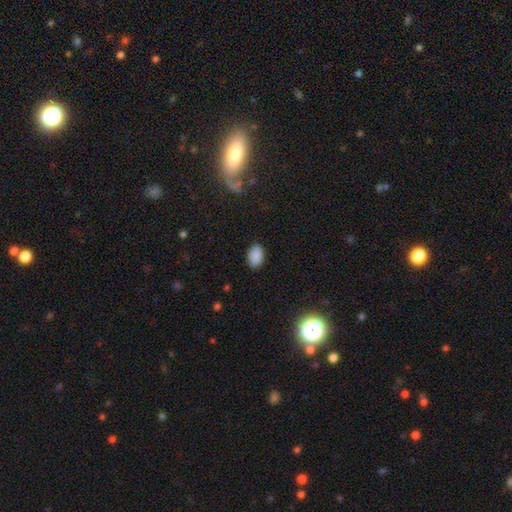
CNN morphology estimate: Smooth or featured?
  - smooth: 88% *
  - star or artifact: 9%
  - featured or disk: 3%
How rounded?
  - in between: 87% *
  - round: 12%
  - cigar-shaped: 1%
Merging?
  - none: 87% *
  - minor disturbance: 10%
  - major disturbance: 2%
  - merger: 1%